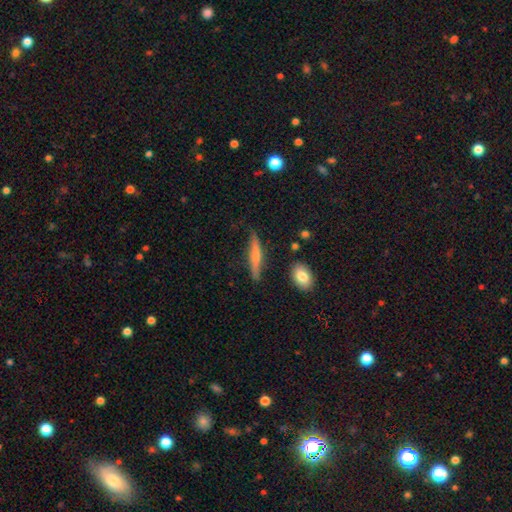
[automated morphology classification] Overall: featured or disk (49%; smooth 44%). Merging: none (78%).